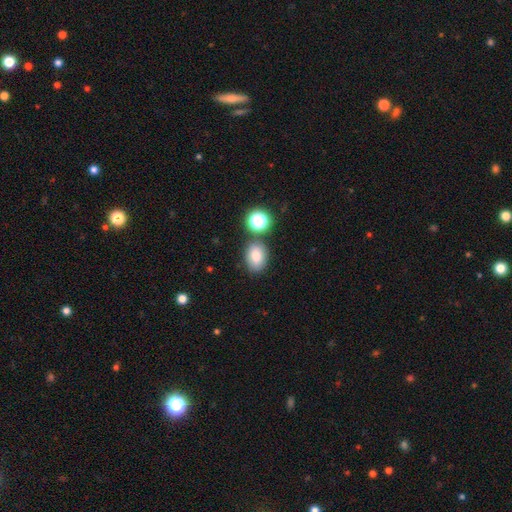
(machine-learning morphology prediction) Smooth or featured? Predicted: smooth (p=0.78). How rounded? Predicted: in between (p=0.68). Merging? Predicted: none (p=0.75).